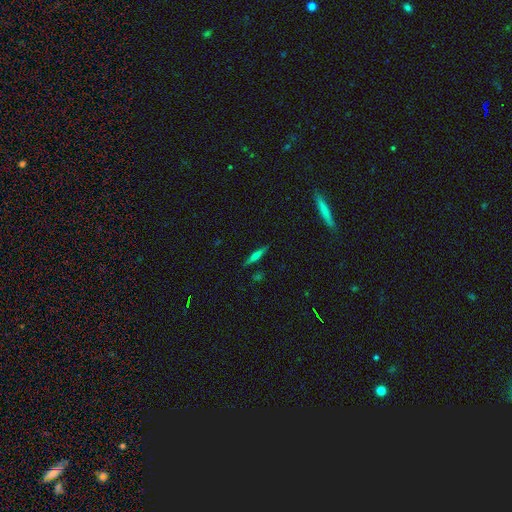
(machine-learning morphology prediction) featured or disk 58%, smooth 34%, star or artifact 8%. Down the decision tree: edge-on disk — yes (96%); edge-on bulge — rounded (77%); merging — none (88%).